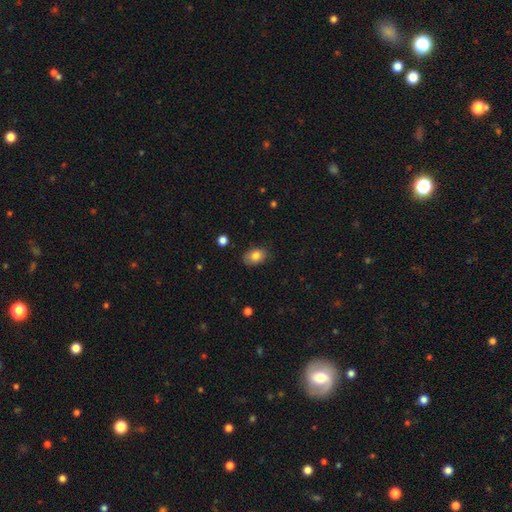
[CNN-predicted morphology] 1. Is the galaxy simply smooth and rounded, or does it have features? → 82% smooth, 10% featured or disk, 9% star or artifact.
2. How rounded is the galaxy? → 81% in between, 18% round, 1% cigar-shaped.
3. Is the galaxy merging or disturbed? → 78% none, 18% minor disturbance, 3% major disturbance, 1% merger.